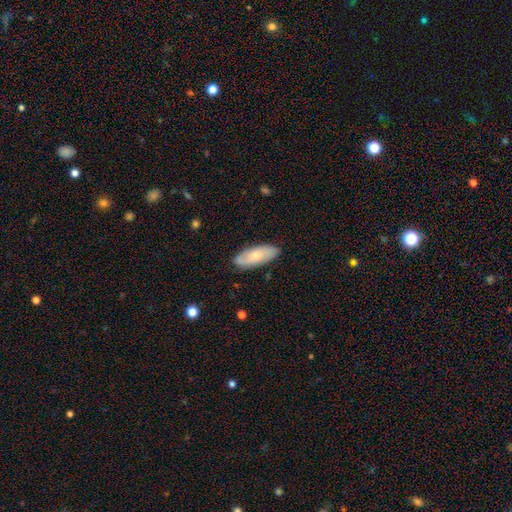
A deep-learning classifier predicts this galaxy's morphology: Smooth or featured?
  - smooth: 60% *
  - featured or disk: 34%
  - star or artifact: 6%
How rounded?
  - in between: 81% *
  - cigar-shaped: 17%
  - round: 2%
Merging?
  - none: 82% *
  - minor disturbance: 14%
  - major disturbance: 2%
  - merger: 1%